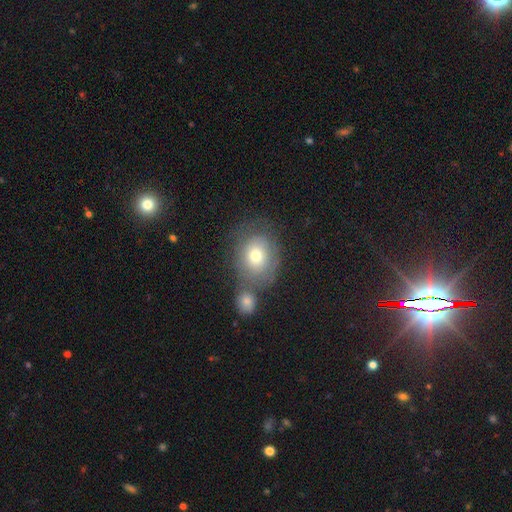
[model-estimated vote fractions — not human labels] This appears to be a smooth galaxy with no disk features (68%) that is round (63%). Merging: none (46%).